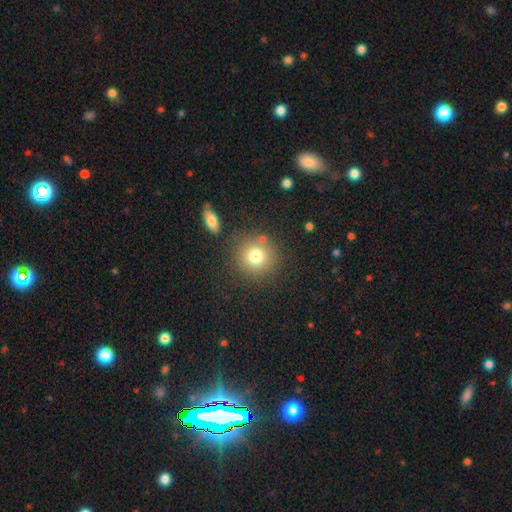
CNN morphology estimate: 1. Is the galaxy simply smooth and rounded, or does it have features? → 76% smooth, 14% star or artifact, 10% featured or disk.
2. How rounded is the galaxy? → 92% round, 7% in between, 1% cigar-shaped.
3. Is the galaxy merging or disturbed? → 84% none, 8% minor disturbance, 5% merger, 3% major disturbance.